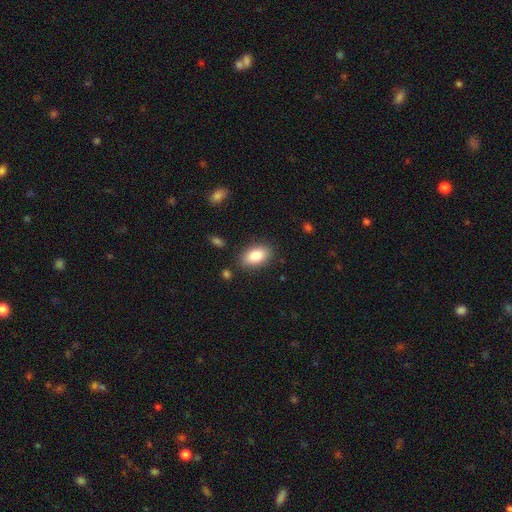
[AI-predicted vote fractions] Smooth or featured? smooth (83%)
How rounded? in between (92%)
Merging? none (85%)